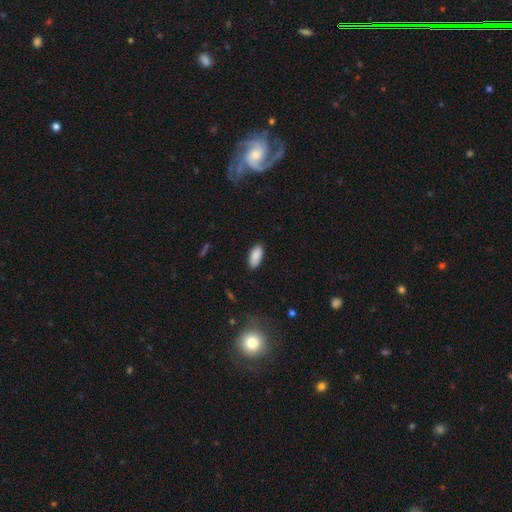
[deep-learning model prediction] Smooth or featured? smooth (89%)
How rounded? in between (90%)
Merging? none (86%)